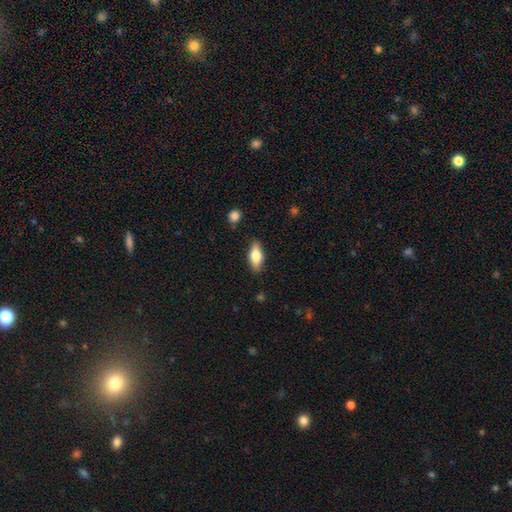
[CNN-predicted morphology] This is likely a smooth galaxy (71%). How rounded: likely in between (78%). Merging: clearly none (86%).